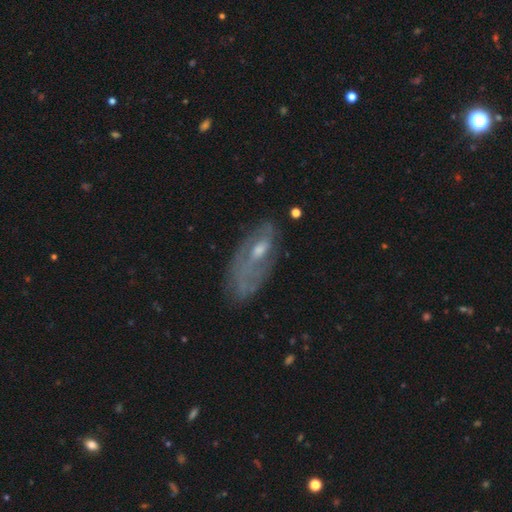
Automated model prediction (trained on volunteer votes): The model was most divided on "smooth or featured": featured or disk: 59%, smooth: 29%, star or artifact: 12%. More confident: edge-on disk — no (84%); merging — none (58%).